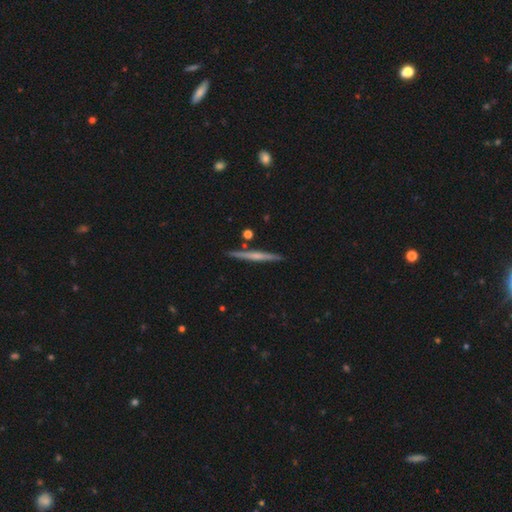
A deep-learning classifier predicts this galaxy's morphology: This appears to be a featured or disk galaxy (61%) viewed edge-on (98%) with no central bulge (55%). Merging: none (90%).